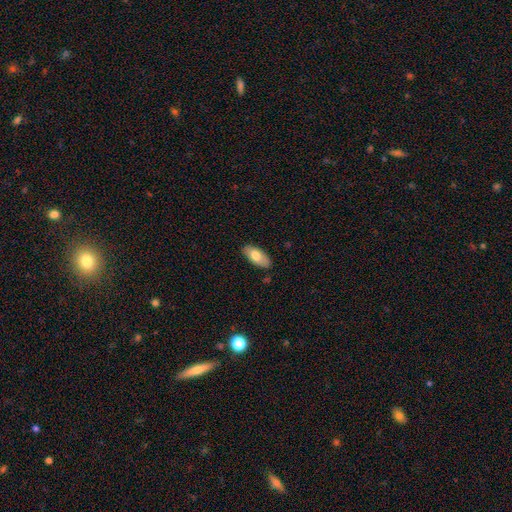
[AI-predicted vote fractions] Smooth or featured? smooth (74%)
How rounded? in between (91%)
Merging? none (85%)